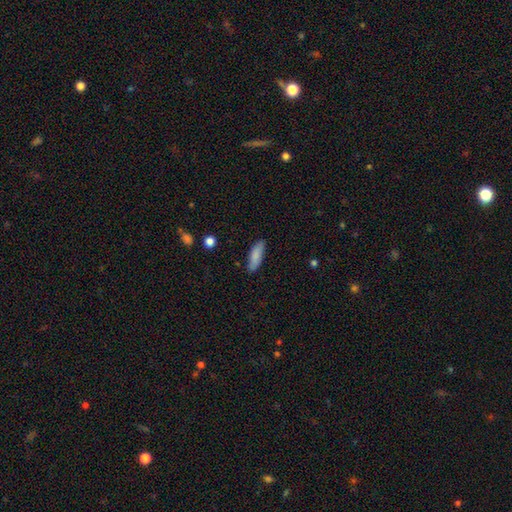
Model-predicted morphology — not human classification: A smooth galaxy with no disk features (83%) that is in between round and cigar-shaped (50%). Merging: none (84%).